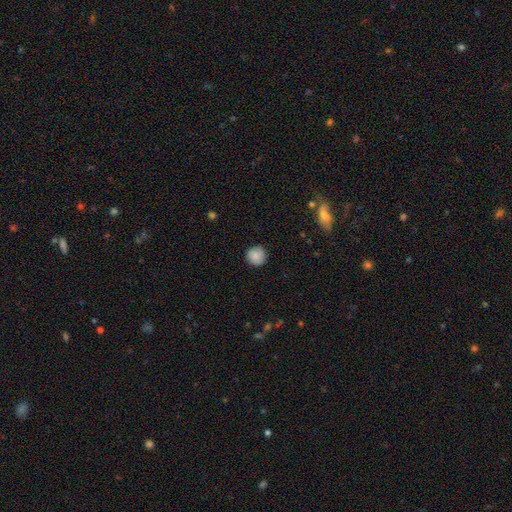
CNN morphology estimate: Q: Smooth or featured?
A: smooth (85%); runner-up: star or artifact (8%)
Q: How rounded?
A: round (93%); runner-up: in between (6%)
Q: Merging?
A: none (85%); runner-up: minor disturbance (11%)